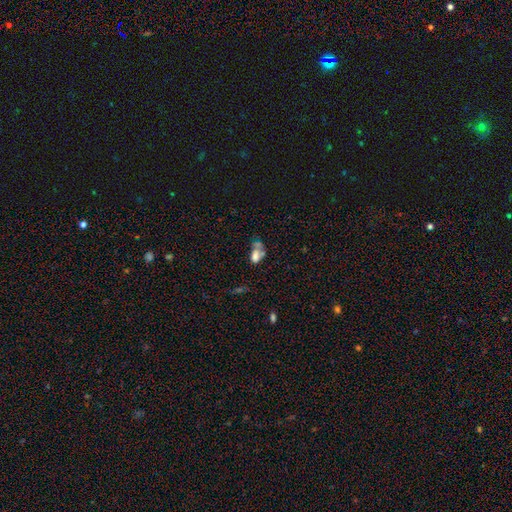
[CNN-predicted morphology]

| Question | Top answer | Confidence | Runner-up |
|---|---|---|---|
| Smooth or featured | smooth | 62% | featured or disk (22%) |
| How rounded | in between | 81% | round (16%) |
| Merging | merger | 46% | none (23%) |